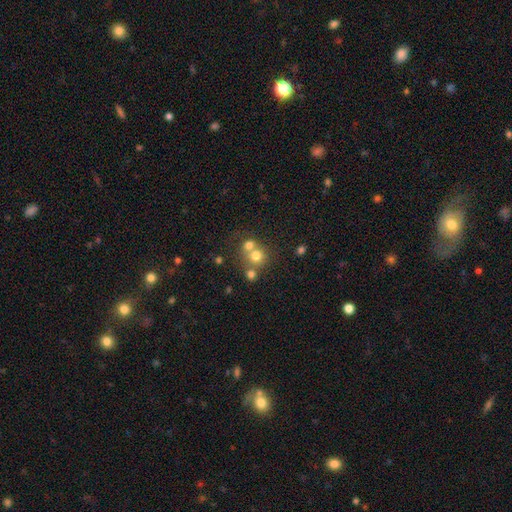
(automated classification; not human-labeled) Morphology: type=smooth (69%); roundness=round (86%); merging=merger (47%).